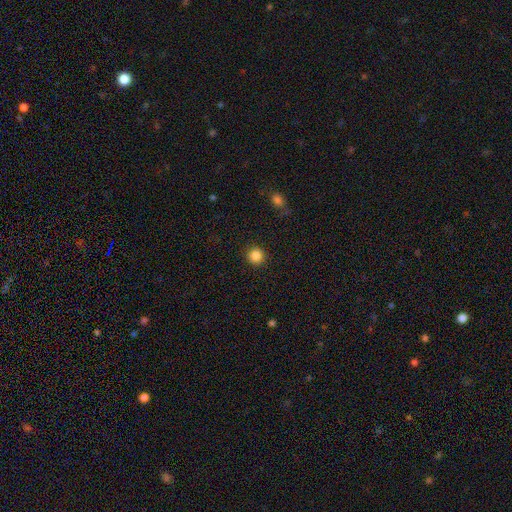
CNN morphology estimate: smooth_or_featured: smooth (p=0.86) [alt: star or artifact p=0.11]
how_rounded: round (p=0.95) [alt: in between p=0.04]
merging: none (p=0.92) [alt: minor disturbance p=0.05]